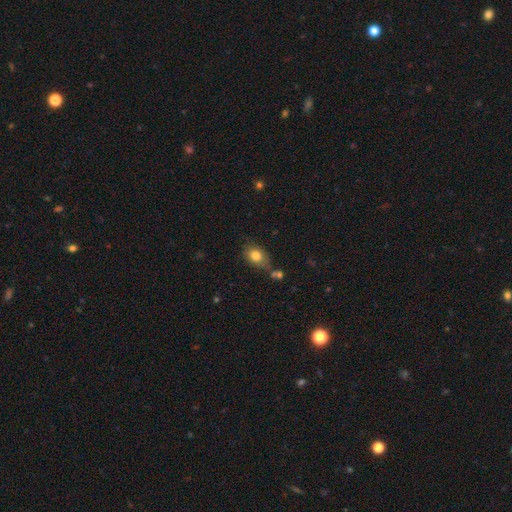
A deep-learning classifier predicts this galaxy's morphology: smooth-or-featured: smooth: 80% | featured or disk: 10% | star or artifact: 10%
  how-rounded: in between: 65% | round: 33% | cigar-shaped: 2%
  merging: none: 60% | minor disturbance: 21% | merger: 13% | major disturbance: 6%